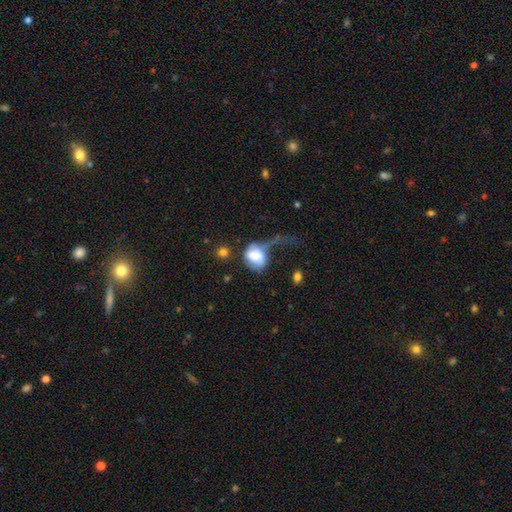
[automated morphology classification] A smooth galaxy with no disk features (66%) that is in between round and cigar-shaped (55%).

Vote fractions:
- Smooth or featured? smooth: 66% / featured or disk: 26% / star or artifact: 8%
- How rounded? in between: 55% / round: 44% / cigar-shaped: 1%
- Merging? major disturbance: 58% / minor disturbance: 17% / none: 15% / merger: 10%